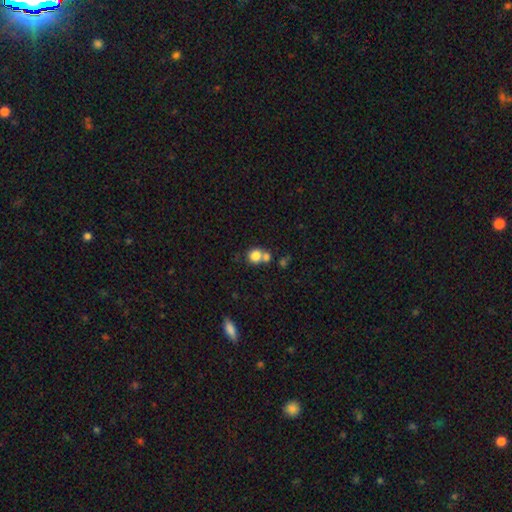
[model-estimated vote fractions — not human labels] Overall: smooth (80%). How rounded: round (82%). Merging: merger (46%; none 42%).